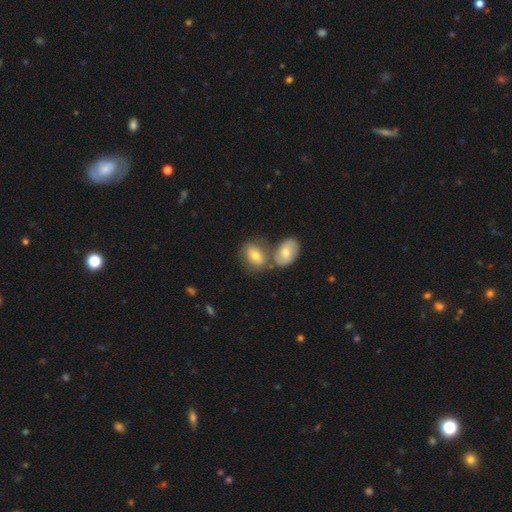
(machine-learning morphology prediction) smooth_or_featured: smooth (p=0.67) [alt: featured or disk p=0.24]
how_rounded: in between (p=0.82) [alt: round p=0.15]
merging: merger (p=0.46) [alt: none p=0.40]